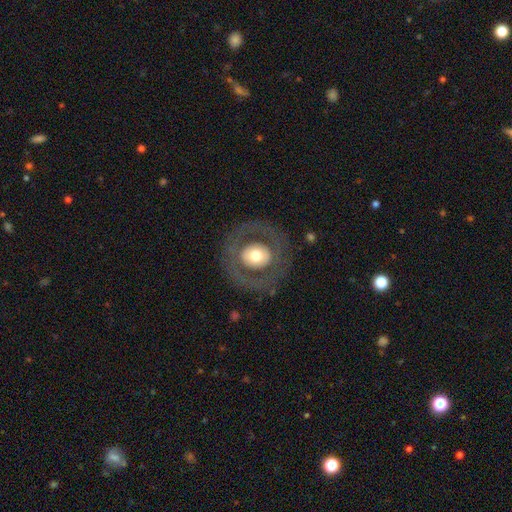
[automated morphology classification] Overall: featured or disk (51%; smooth 43%). Edge-on disk: no (95%). Merging: none (81%).